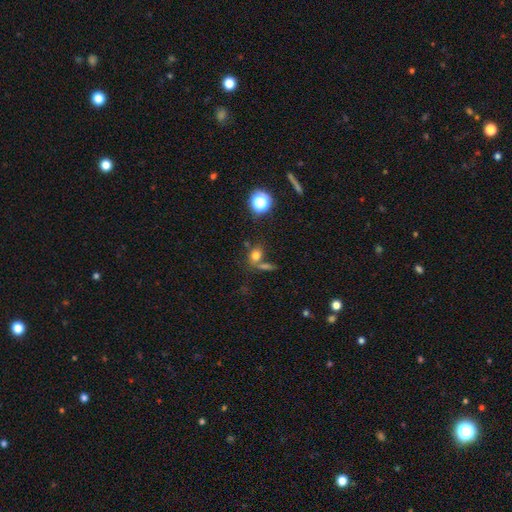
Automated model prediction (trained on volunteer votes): Smooth or featured: smooth — 74% (star or artifact — 17%)
How rounded: in between — 51% (round — 47%)
Merging: none — 54% (merger — 28%)